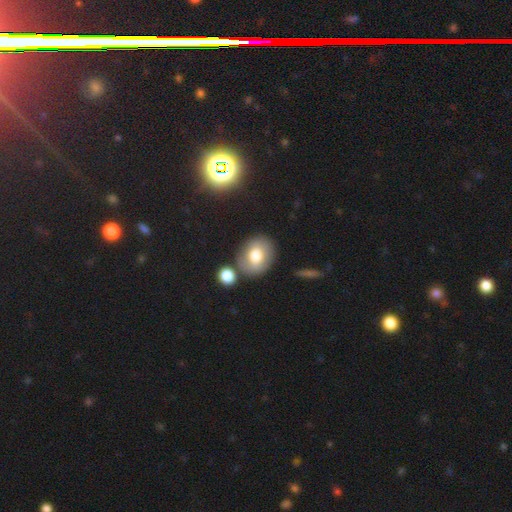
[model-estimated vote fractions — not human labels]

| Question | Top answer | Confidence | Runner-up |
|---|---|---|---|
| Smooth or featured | smooth | 72% | featured or disk (19%) |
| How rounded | round | 55% | in between (44%) |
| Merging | none | 74% | minor disturbance (12%) |